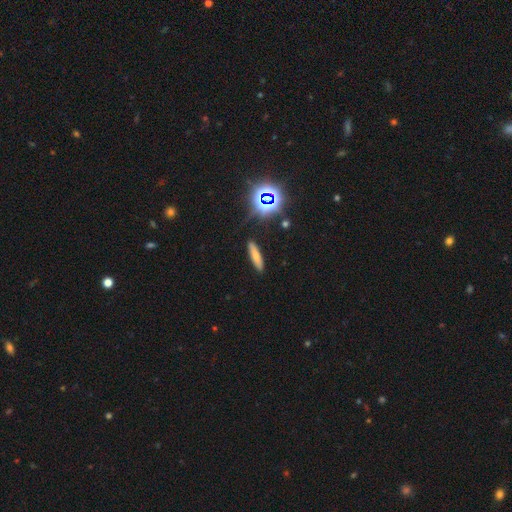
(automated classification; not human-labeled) Smooth or featured? Predicted: smooth (p=0.66). How rounded? Predicted: cigar-shaped (p=0.77). Merging? Predicted: none (p=0.87).